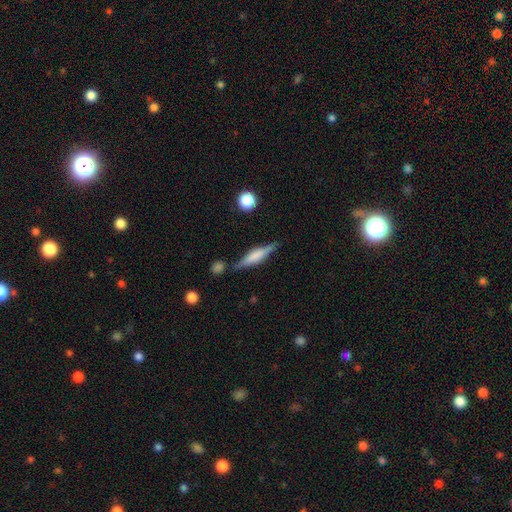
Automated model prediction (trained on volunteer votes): A featured or disk galaxy (53%) viewed edge-on (95%) with a boxy central bulge (44%).

Vote fractions:
- Smooth or featured? featured or disk: 53% / smooth: 40% / star or artifact: 7%
- Edge-on disk? yes: 95% / no: 5%
- Edge-on bulge? boxy: 44% / rounded: 42% / none: 14%
- Merging? none: 77% / minor disturbance: 13% / merger: 6% / major disturbance: 3%